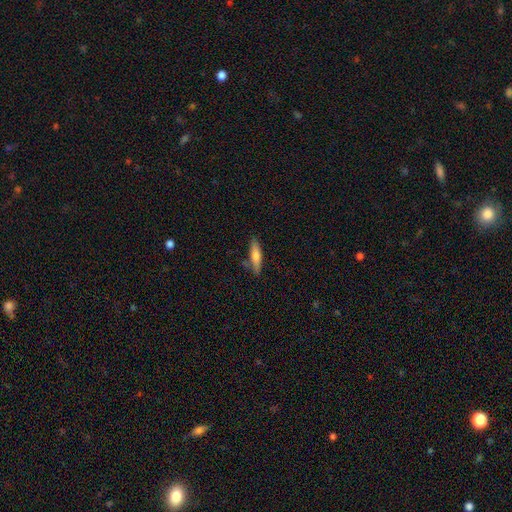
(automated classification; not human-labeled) smooth-or-featured: smooth: 66% | featured or disk: 28% | star or artifact: 6%
  how-rounded: cigar-shaped: 75% | in between: 23% | round: 2%
  merging: none: 80% | minor disturbance: 13% | merger: 4% | major disturbance: 3%